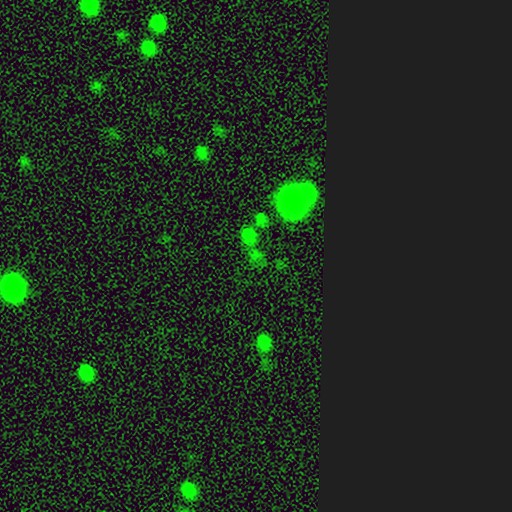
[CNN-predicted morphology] Smooth or featured? Predicted: smooth (p=0.47). Merging? Predicted: none (p=0.54).